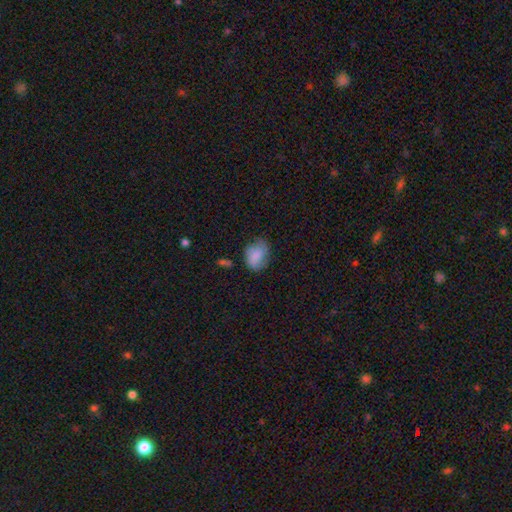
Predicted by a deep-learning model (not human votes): Q: Smooth or featured?
A: smooth (77%); runner-up: featured or disk (15%)
Q: How rounded?
A: in between (62%); runner-up: round (37%)
Q: Merging?
A: none (58%); runner-up: minor disturbance (29%)